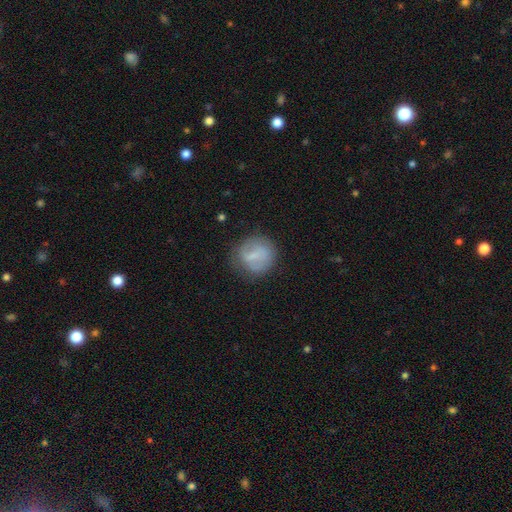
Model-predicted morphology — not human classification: Smooth or featured: smooth — 60% (featured or disk — 32%)
How rounded: round — 82% (in between — 17%)
Merging: none — 68% (minor disturbance — 21%)